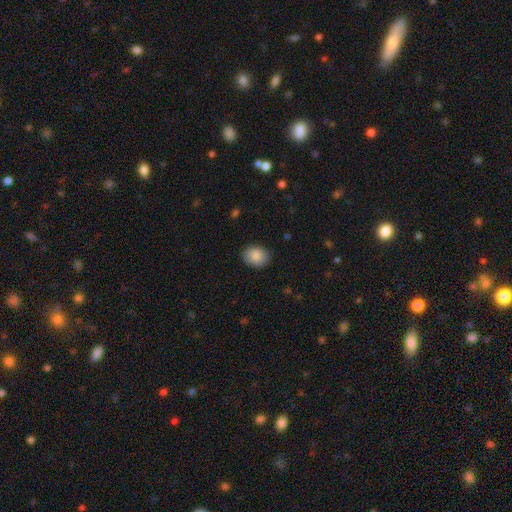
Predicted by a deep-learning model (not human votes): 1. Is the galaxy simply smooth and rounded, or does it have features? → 87% smooth, 7% star or artifact, 5% featured or disk.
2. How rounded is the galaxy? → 54% in between, 45% round, 1% cigar-shaped.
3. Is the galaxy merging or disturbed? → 86% none, 10% minor disturbance, 2% major disturbance, 1% merger.